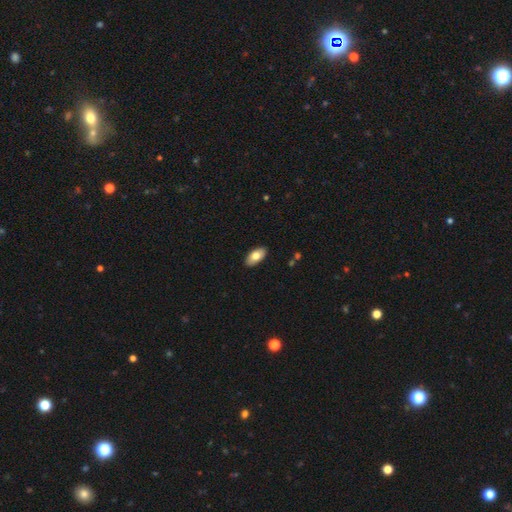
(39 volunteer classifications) This appears to be a smooth galaxy with no disk features (85%) that is in between round and cigar-shaped (94%). Merging: none (89%).